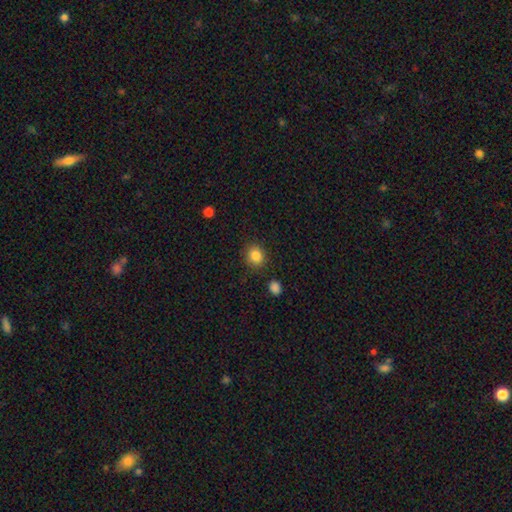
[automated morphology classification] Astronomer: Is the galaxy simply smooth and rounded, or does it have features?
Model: smooth — 85%.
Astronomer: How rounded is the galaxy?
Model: round — 78%.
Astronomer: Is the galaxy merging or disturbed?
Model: none — 87%.